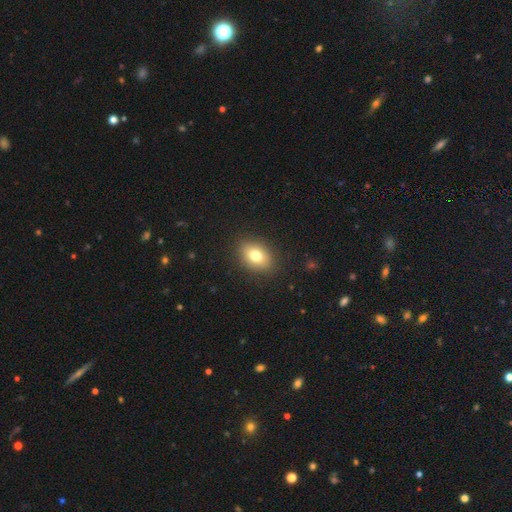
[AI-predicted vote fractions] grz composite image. It shows a smooth galaxy with no disk features (77%) that is in between round and cigar-shaped (76%). Merging: none (87%).